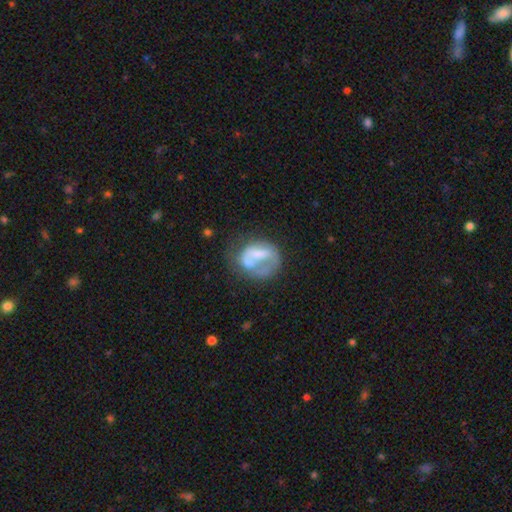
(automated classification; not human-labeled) Morphology: type=featured or disk (51%); edge-on=no (97%); merging=none (35%, tied with major disturbance).